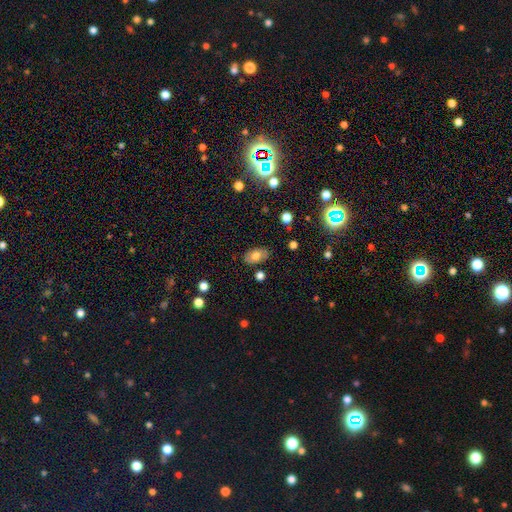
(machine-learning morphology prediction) This appears to be a smooth galaxy with no disk features (69%) that is in between round and cigar-shaped (90%). Merging: none (82%).